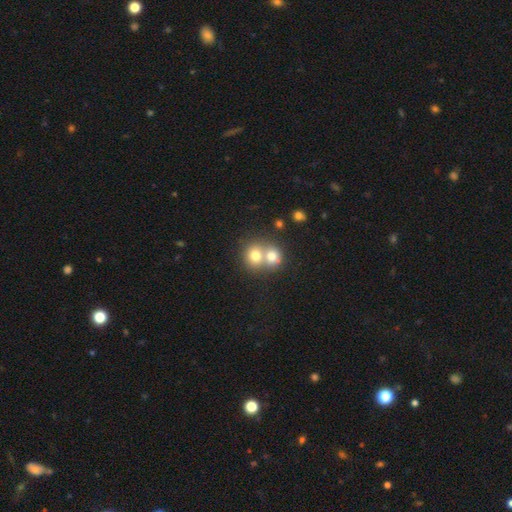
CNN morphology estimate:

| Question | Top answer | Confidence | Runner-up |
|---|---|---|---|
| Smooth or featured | smooth | 73% | featured or disk (15%) |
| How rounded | round | 79% | in between (20%) |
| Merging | merger | 65% | none (28%) |